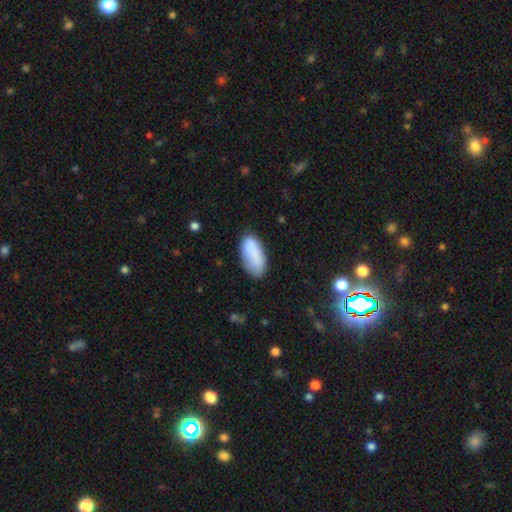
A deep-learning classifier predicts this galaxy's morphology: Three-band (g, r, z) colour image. It shows a smooth galaxy with no disk features (83%) that is in between round and cigar-shaped (92%). Merging: none (68%).